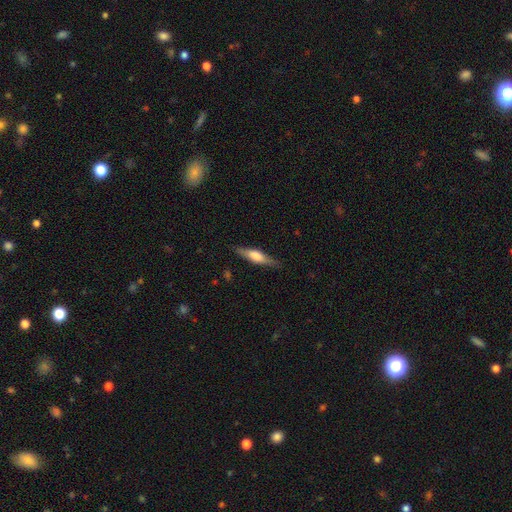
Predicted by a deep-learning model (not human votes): Overall: featured or disk (50%; smooth 44%). Merging: none (85%).